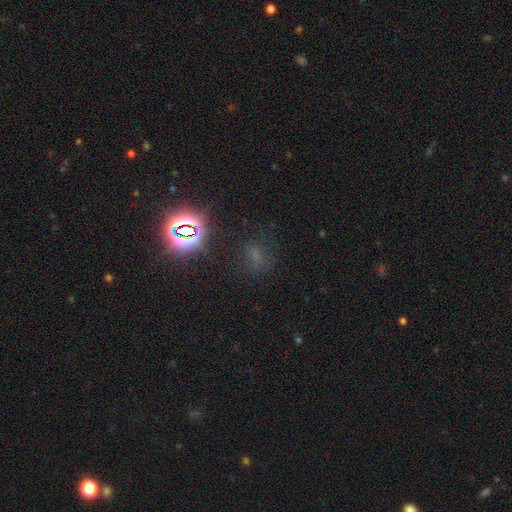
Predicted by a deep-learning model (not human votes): Smooth or featured? Predicted: star or artifact (p=0.46).